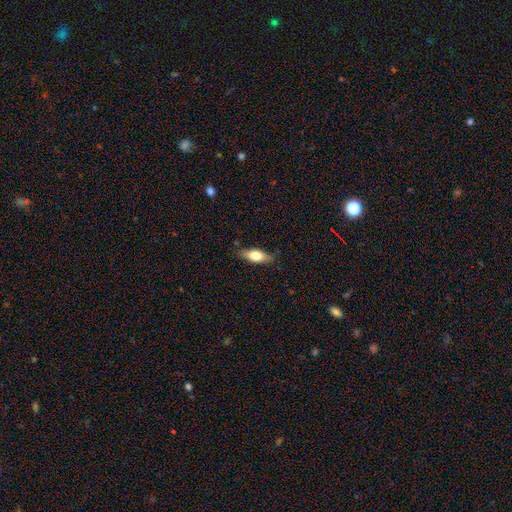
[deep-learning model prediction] Overall: smooth (64%; featured or disk 29%). How rounded: in between (72%). Merging: none (81%).